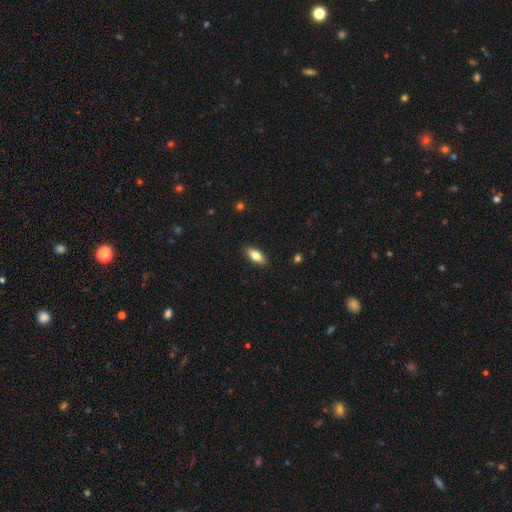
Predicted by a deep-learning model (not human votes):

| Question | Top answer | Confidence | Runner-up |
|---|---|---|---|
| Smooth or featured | smooth | 78% | featured or disk (16%) |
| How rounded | in between | 81% | cigar-shaped (17%) |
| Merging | none | 89% | minor disturbance (8%) |